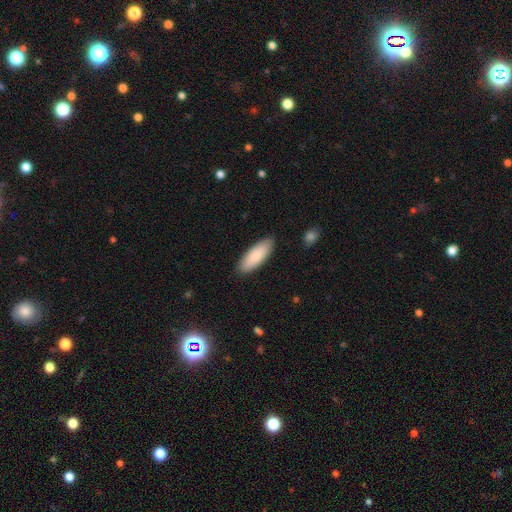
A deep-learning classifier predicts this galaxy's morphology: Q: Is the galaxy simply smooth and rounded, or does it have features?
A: smooth — 85%.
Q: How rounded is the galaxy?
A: in between — 70%.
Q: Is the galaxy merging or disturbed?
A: none — 88%.